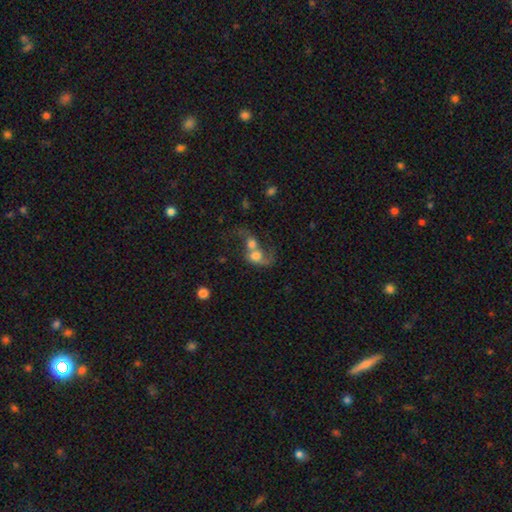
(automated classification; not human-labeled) A smooth galaxy with no disk features (53%) that is in between round and cigar-shaped (51%).

Vote fractions:
- Smooth or featured? smooth: 53% / featured or disk: 36% / star or artifact: 10%
- How rounded? in between: 51% / round: 47% / cigar-shaped: 2%
- Merging? merger: 78% / major disturbance: 10% / none: 8% / minor disturbance: 4%